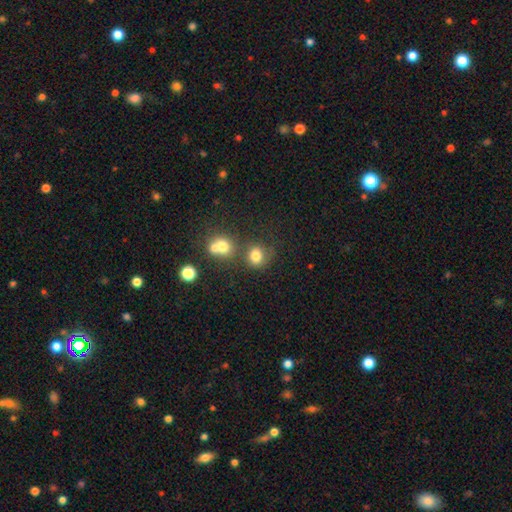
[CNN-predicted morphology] smooth 78%, star or artifact 13%, featured or disk 9%. Down the decision tree: how rounded — round (74%); merging — none (54%).